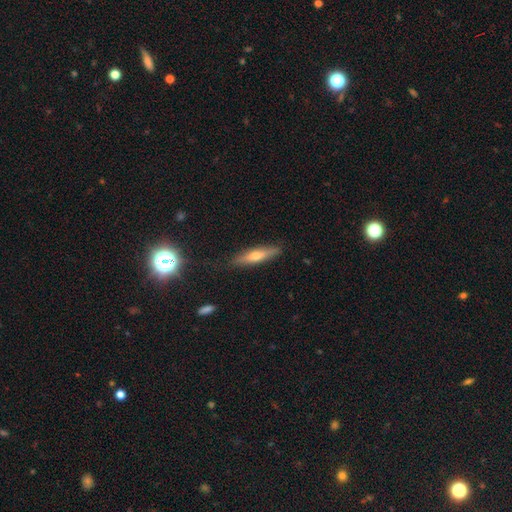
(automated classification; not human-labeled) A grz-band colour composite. It shows a smooth galaxy with no disk features (47%). Merging: none (87%).